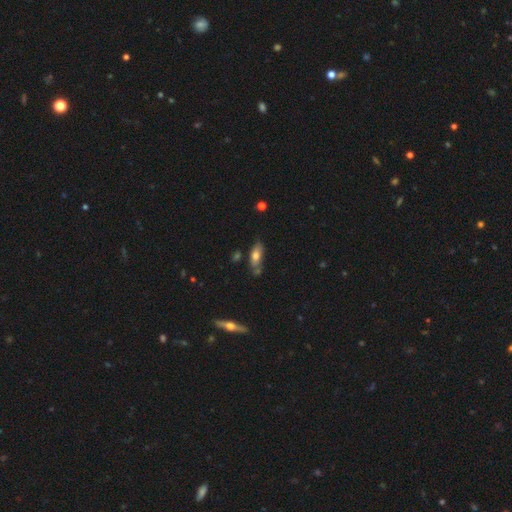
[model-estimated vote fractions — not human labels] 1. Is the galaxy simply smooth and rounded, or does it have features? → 64% smooth, 28% featured or disk, 7% star or artifact.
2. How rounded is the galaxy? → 72% in between, 25% cigar-shaped, 3% round.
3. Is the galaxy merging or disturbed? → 62% none, 23% minor disturbance, 10% merger, 6% major disturbance.